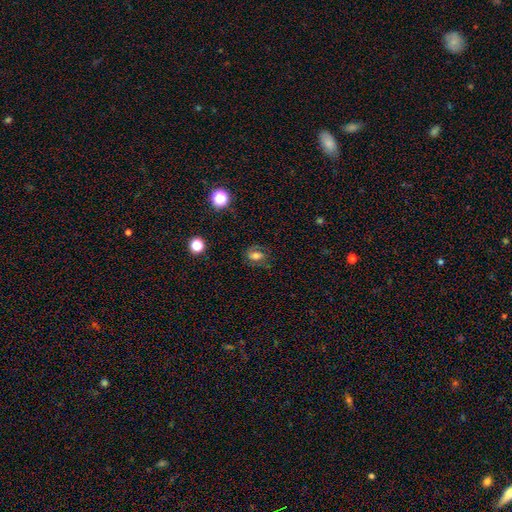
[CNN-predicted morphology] smooth_or_featured: smooth (p=0.55) [alt: featured or disk p=0.27]
how_rounded: in between (p=0.64) [alt: round p=0.34]
merging: none (p=0.73) [alt: minor disturbance p=0.17]